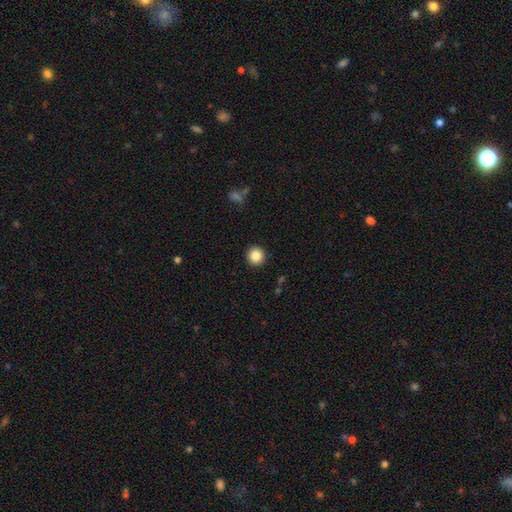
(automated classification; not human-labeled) This appears to be a smooth galaxy with no disk features (86%) that is round (95%). Merging: none (93%).